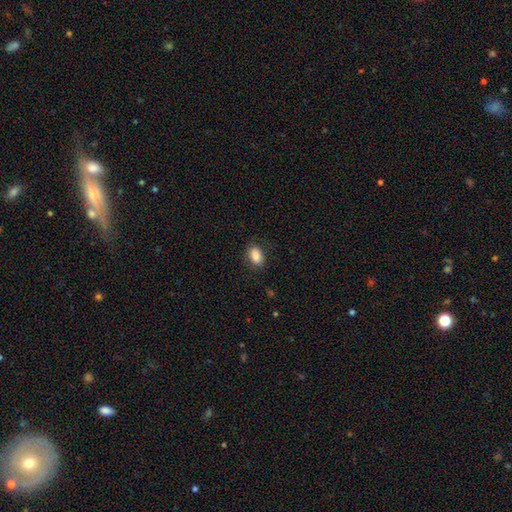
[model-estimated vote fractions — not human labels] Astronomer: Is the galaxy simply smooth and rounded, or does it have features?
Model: smooth — 87%.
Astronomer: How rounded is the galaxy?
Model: in between — 87%.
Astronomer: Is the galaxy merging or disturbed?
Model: none — 82%.